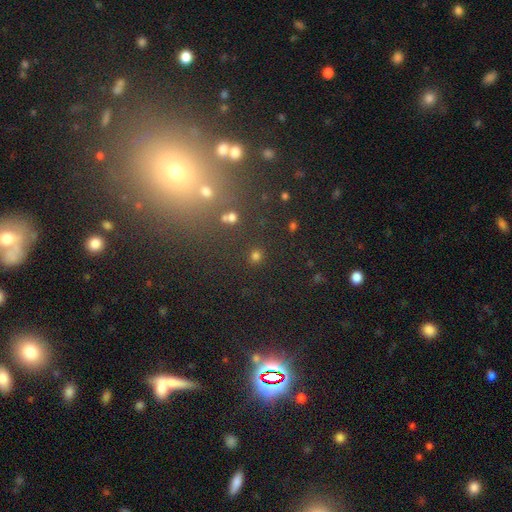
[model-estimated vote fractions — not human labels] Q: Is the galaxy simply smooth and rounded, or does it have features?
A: smooth — 51%.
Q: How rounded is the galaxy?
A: round — 87%.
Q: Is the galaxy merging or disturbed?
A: none — 86%.